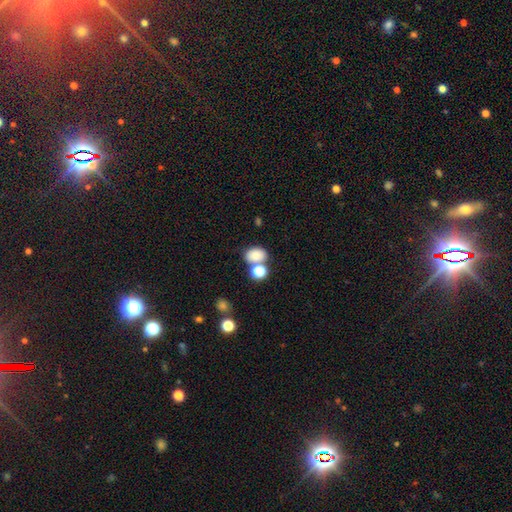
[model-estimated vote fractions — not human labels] smooth-or-featured: smooth: 81% | star or artifact: 11% | featured or disk: 8%
  how-rounded: in between: 69% | round: 30% | cigar-shaped: 1%
  merging: none: 54% | merger: 29% | minor disturbance: 12% | major disturbance: 5%